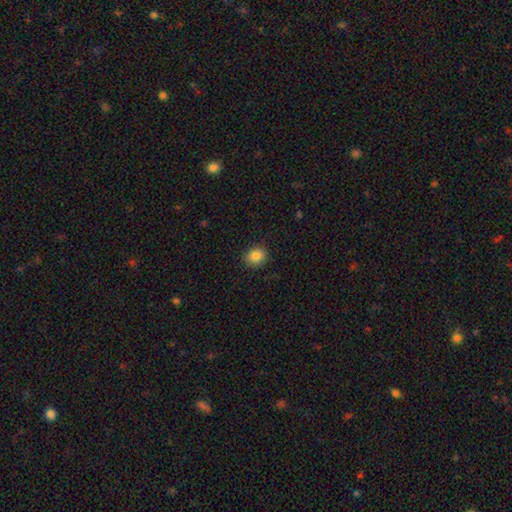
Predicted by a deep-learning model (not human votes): Smooth or featured?
  - smooth: 84% *
  - star or artifact: 10%
  - featured or disk: 6%
How rounded?
  - round: 69% *
  - in between: 30%
  - cigar-shaped: 1%
Merging?
  - none: 87% *
  - minor disturbance: 9%
  - major disturbance: 2%
  - merger: 1%